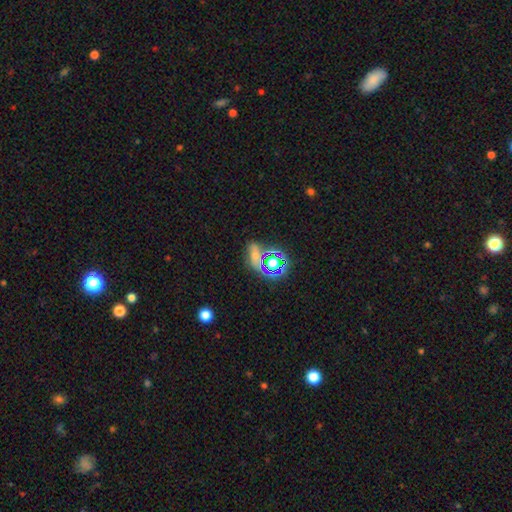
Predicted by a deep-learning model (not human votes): Smooth or featured: star or artifact — 64% (smooth — 23%)